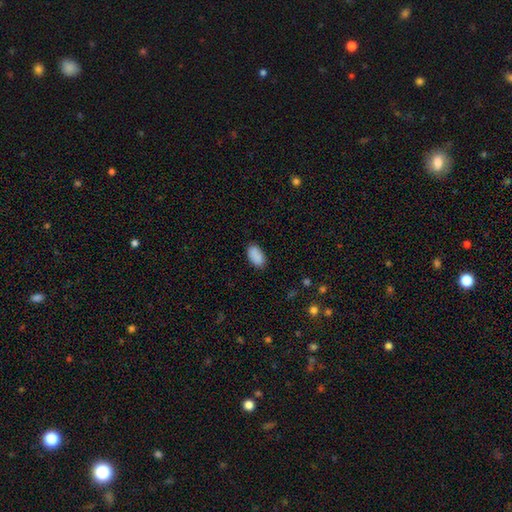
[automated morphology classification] A smooth galaxy with no disk features (89%) that is in between round and cigar-shaped (94%). Merging: none (85%).